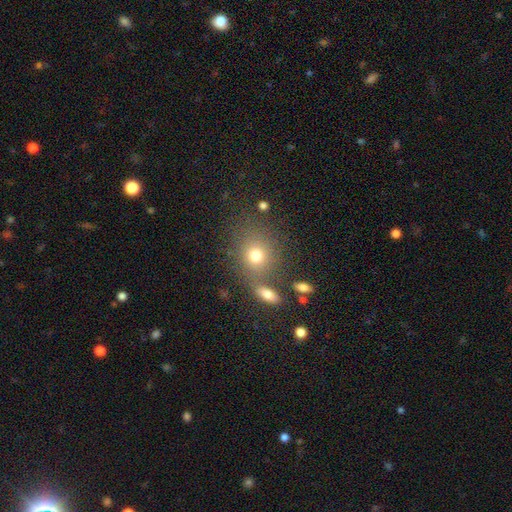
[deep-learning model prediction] smooth_or_featured: smooth (p=0.74) [alt: star or artifact p=0.14]
how_rounded: round (p=0.64) [alt: in between p=0.35]
merging: none (p=0.66) [alt: merger p=0.17]